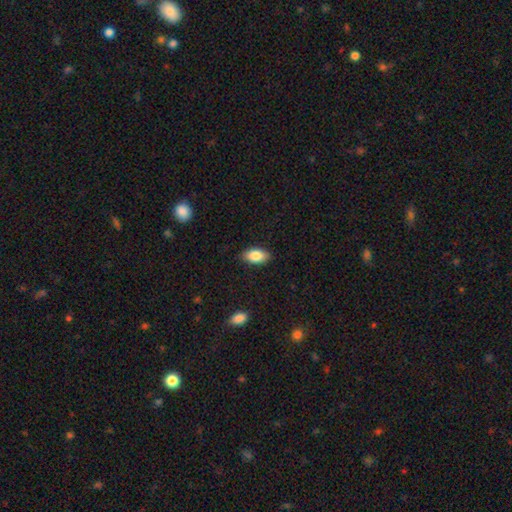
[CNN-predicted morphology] Smooth or featured: smooth — 86% (featured or disk — 7%)
How rounded: in between — 93% (round — 4%)
Merging: none — 87% (minor disturbance — 10%)